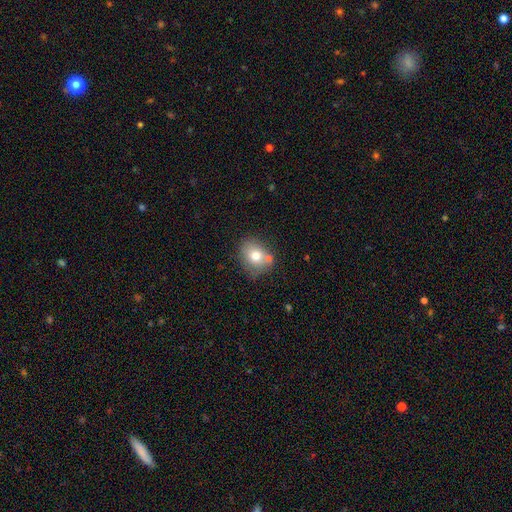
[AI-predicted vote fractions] smooth_or_featured: smooth (p=0.74) [alt: featured or disk p=0.16]
how_rounded: round (p=0.60) [alt: in between p=0.39]
merging: none (p=0.64) [alt: minor disturbance p=0.17]